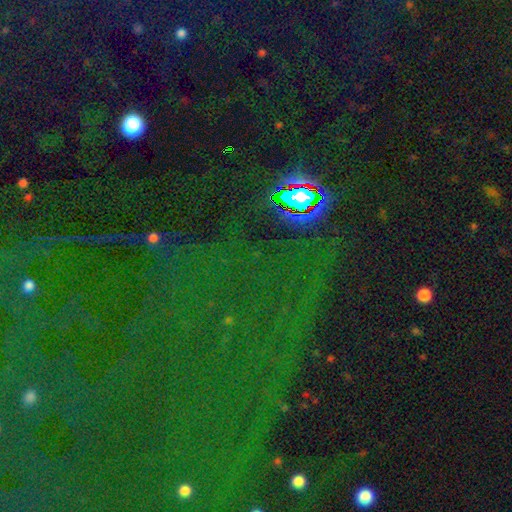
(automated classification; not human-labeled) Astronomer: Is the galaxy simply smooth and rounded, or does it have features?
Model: star or artifact — 85%.